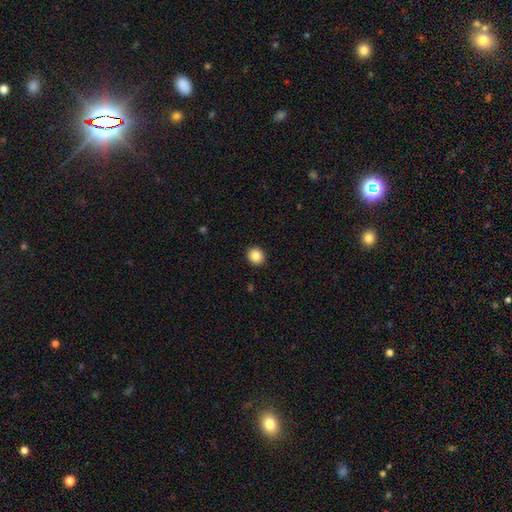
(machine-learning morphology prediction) Q: Smooth or featured?
A: smooth (86%); runner-up: star or artifact (9%)
Q: How rounded?
A: round (84%); runner-up: in between (15%)
Q: Merging?
A: none (93%); runner-up: minor disturbance (5%)